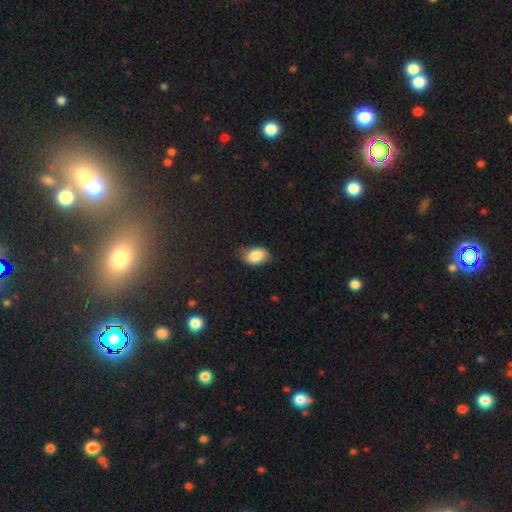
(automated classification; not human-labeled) smooth 81%, featured or disk 12%, star or artifact 8%. Down the decision tree: how rounded — in between (87%); merging — none (67%).